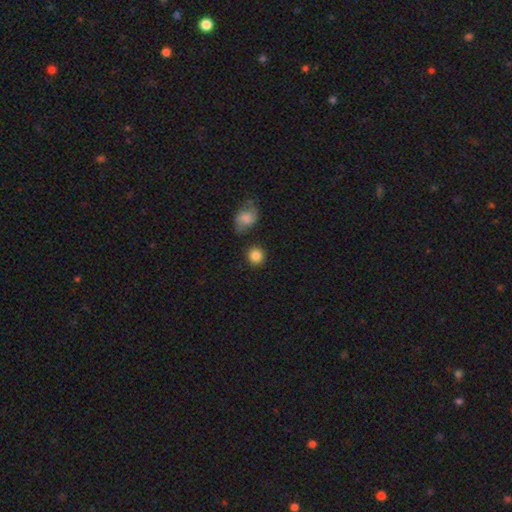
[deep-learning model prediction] Q: Smooth or featured?
A: smooth (86%); runner-up: star or artifact (9%)
Q: How rounded?
A: round (88%); runner-up: in between (11%)
Q: Merging?
A: none (82%); runner-up: minor disturbance (9%)